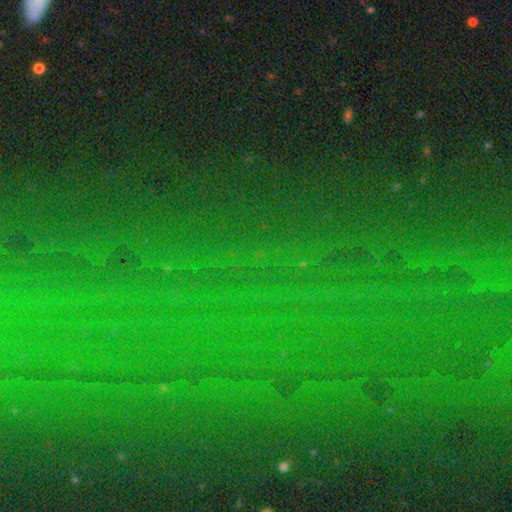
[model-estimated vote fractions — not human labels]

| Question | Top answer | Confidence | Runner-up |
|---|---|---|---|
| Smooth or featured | star or artifact | 83% | smooth (9%) |